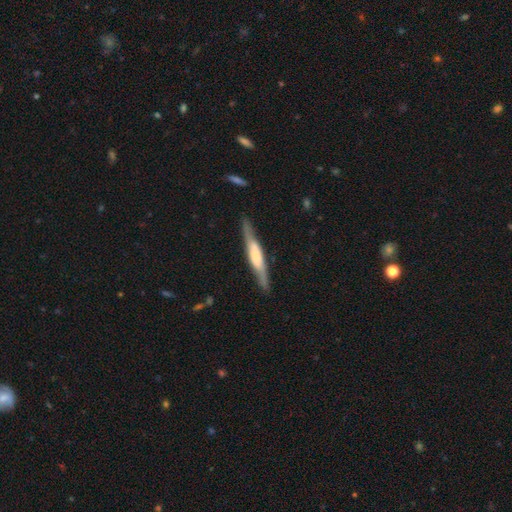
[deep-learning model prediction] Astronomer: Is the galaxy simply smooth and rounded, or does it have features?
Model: featured or disk — 61%.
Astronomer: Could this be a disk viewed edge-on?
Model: yes — 90%.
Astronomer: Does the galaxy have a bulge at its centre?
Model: boxy — 51% (runner-up: rounded, 32%).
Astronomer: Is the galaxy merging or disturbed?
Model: none — 83%.